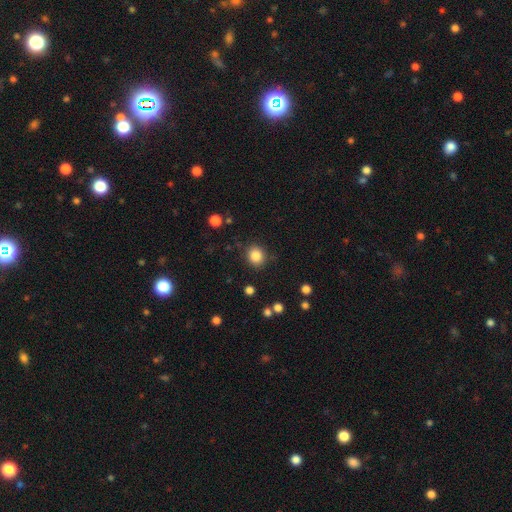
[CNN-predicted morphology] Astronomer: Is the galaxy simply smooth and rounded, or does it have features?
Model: smooth — 85%.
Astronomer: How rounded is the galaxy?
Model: round — 83%.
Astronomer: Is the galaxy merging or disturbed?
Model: none — 87%.